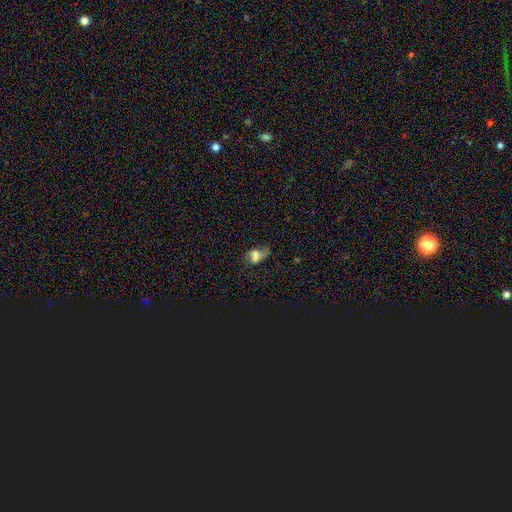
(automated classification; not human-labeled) Smooth or featured? smooth (61%)
How rounded? in between (79%)
Merging? none (38%)